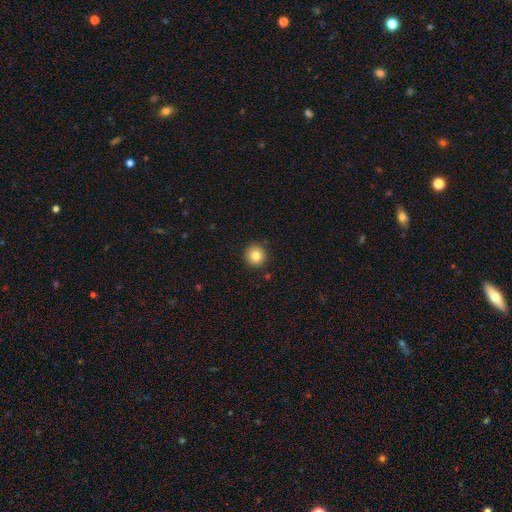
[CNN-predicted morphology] Overall: smooth (81%). How rounded: round (95%). Merging: none (91%).